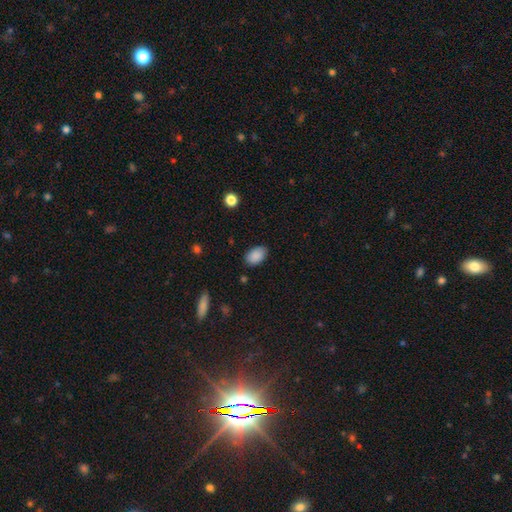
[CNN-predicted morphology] Smooth or featured? smooth (89%)
How rounded? in between (90%)
Merging? none (83%)